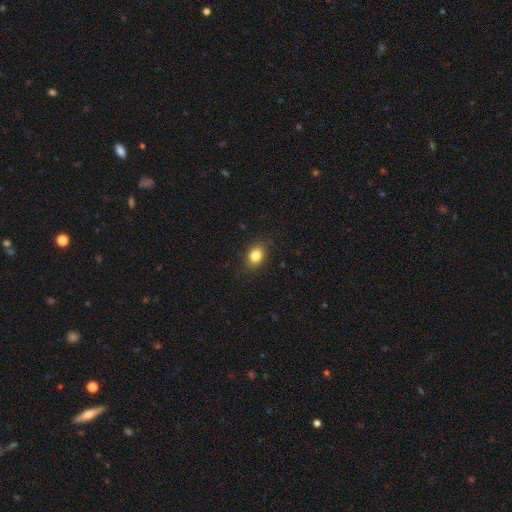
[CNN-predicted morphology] A smooth galaxy with no disk features (83%) that is in between round and cigar-shaped (64%). Merging: none (87%).